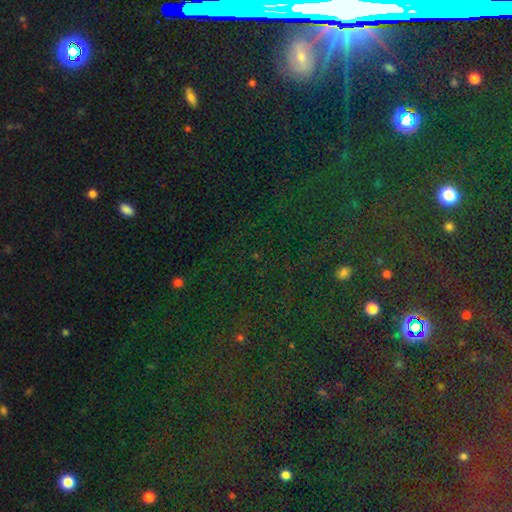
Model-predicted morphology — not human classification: Smooth or featured?
  - star or artifact: 76% *
  - smooth: 14%
  - featured or disk: 10%